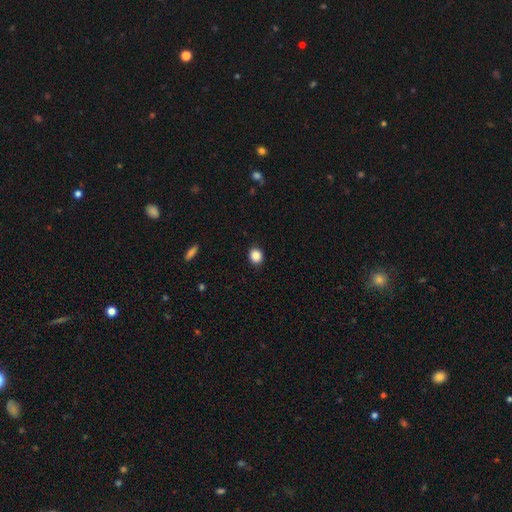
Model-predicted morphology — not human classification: A smooth galaxy with no disk features (87%) that is round (71%). Merging: none (91%).